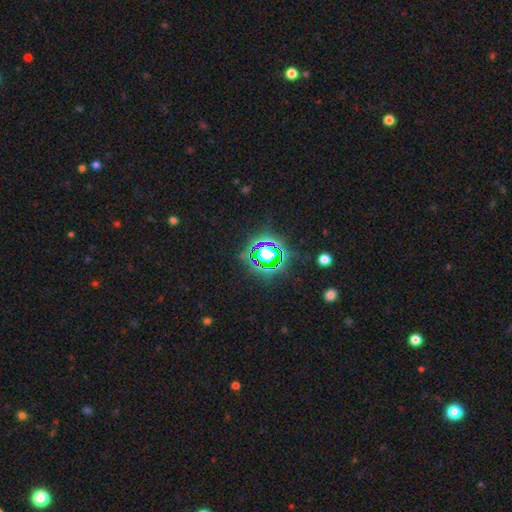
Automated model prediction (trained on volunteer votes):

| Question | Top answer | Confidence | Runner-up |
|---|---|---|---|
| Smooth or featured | star or artifact | 81% | smooth (12%) |